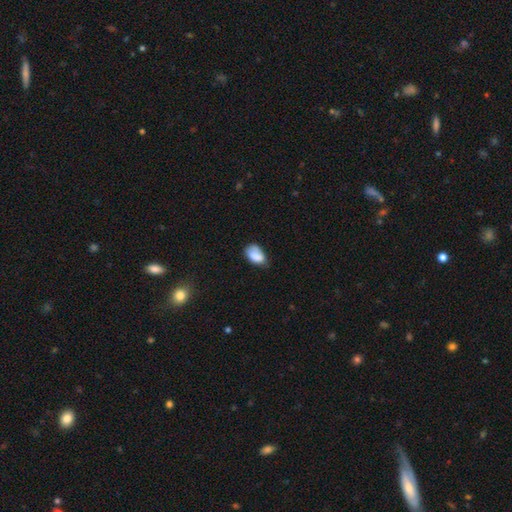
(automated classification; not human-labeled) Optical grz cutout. It shows a smooth galaxy with no disk features (79%) that is in between round and cigar-shaped (90%). Merging: none (46%).